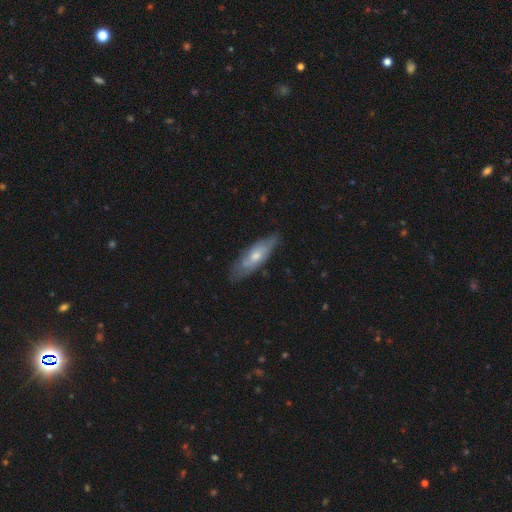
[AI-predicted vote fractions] Smooth or featured? Predicted: smooth (p=0.51). How rounded? Predicted: in between (p=0.50). Merging? Predicted: none (p=0.73).